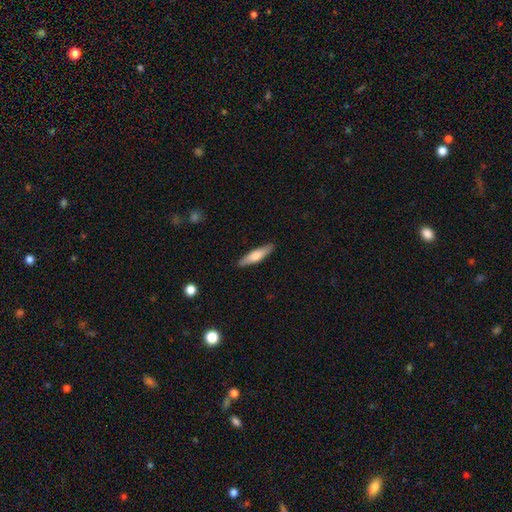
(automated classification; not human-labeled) This is likely a smooth galaxy (63%). How rounded: likely cigar-shaped (76%). Merging: clearly none (88%).